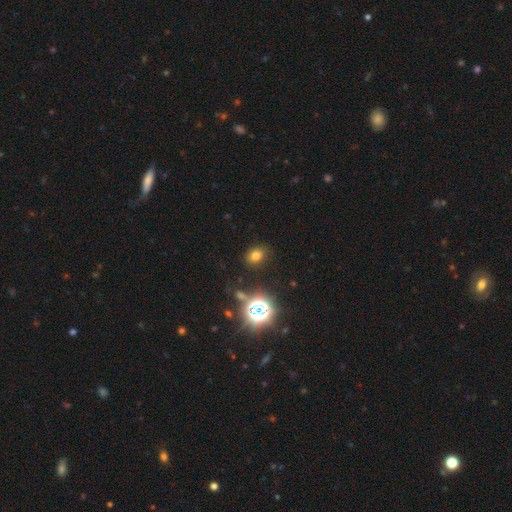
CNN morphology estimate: This is likely a smooth galaxy (71%). How rounded: possibly in between (50%). Merging: clearly none (86%).